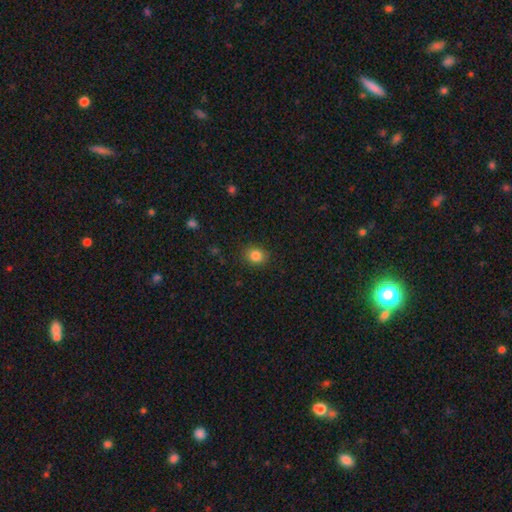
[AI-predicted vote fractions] This is clearly a smooth galaxy (85%). How rounded: likely round (67%). Merging: clearly none (87%).